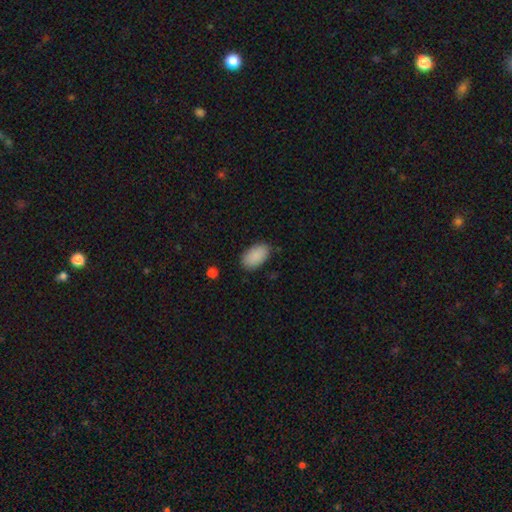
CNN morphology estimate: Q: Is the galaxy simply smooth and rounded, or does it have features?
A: smooth — 90%.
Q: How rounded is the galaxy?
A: in between — 94%.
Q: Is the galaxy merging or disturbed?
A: none — 83%.